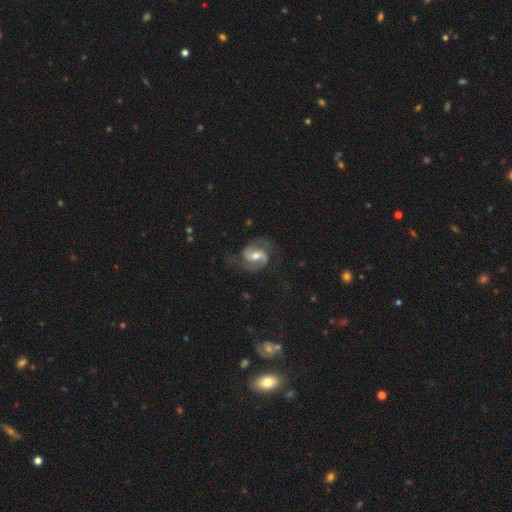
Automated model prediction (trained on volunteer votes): smooth_or_featured: featured or disk (p=0.84) [alt: smooth p=0.10]
disk_edge_on: no (p=0.97) [alt: yes p=0.03]
bar: weak (p=0.50) [alt: strong p=0.28]
has_spiral_arms: yes (p=0.96) [alt: no p=0.04]
spiral_winding: medium (p=0.56) [alt: loose p=0.25]
spiral_arm_count: 2 (p=0.91) [alt: can't tell p=0.03]
bulge_size: moderate (p=0.66) [alt: small p=0.23]
merging: none (p=0.71) [alt: minor disturbance p=0.17]